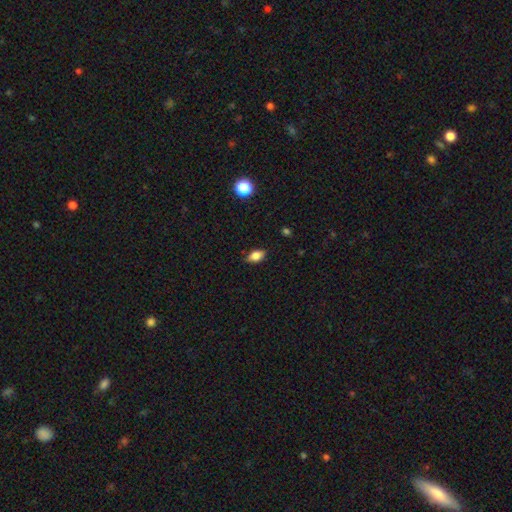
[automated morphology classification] This is likely a smooth galaxy (80%). How rounded: clearly in between (86%). Merging: clearly none (83%).